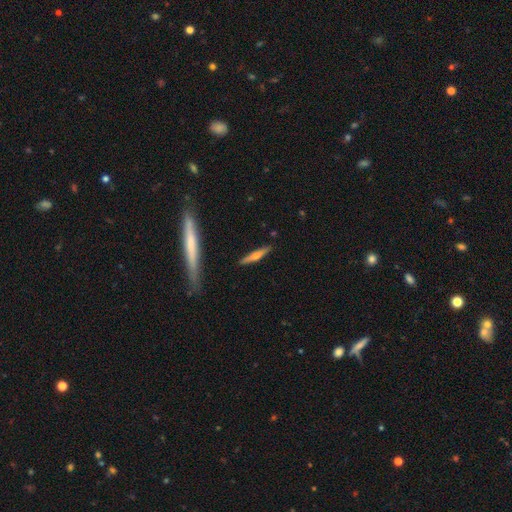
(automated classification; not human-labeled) The model was most divided on "smooth or featured": featured or disk: 54%, smooth: 40%, star or artifact: 6%. More confident: edge-on disk — yes (95%); merging — none (87%); edge-on bulge — rounded (74%).